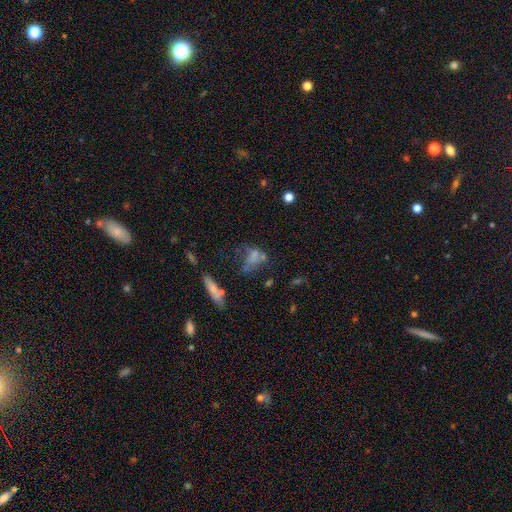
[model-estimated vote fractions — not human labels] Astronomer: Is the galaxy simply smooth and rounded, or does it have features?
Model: smooth — 54%.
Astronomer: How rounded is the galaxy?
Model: in between — 69%.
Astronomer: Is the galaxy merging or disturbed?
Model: none — 32% (runner-up: major disturbance, 27%).